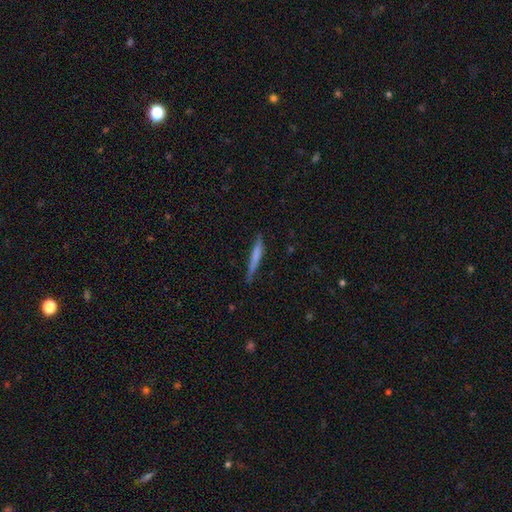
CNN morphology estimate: This appears to be a smooth galaxy with no disk features (63%) that is cigar-shaped (95%). Merging: none (78%).